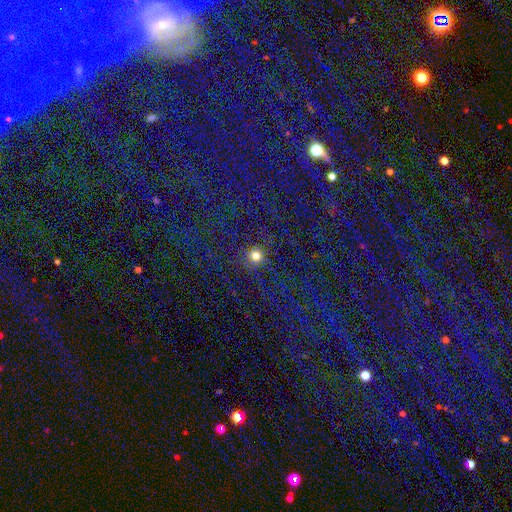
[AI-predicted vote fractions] Smooth or featured? Predicted: smooth (p=0.60). How rounded? Predicted: round (p=0.92). Merging? Predicted: none (p=0.83).